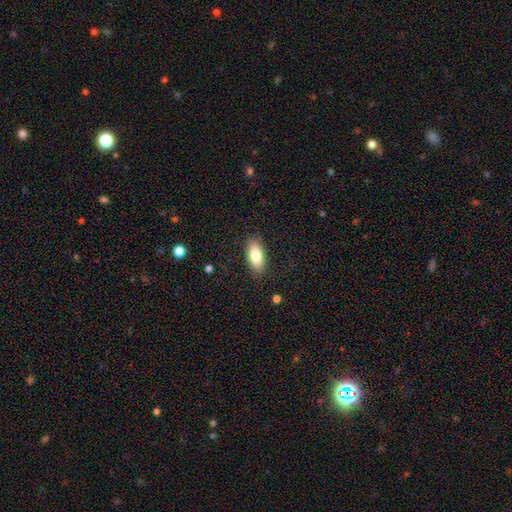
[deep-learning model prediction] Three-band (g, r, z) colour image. It shows a smooth galaxy with no disk features (80%) that is in between round and cigar-shaped (88%). Merging: none (87%).